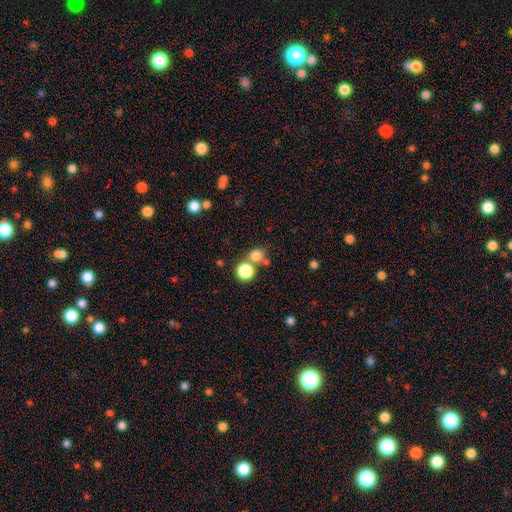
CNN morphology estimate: smooth 77%, star or artifact 16%, featured or disk 7%. Down the decision tree: how rounded — round (83%); merging — none (61%).